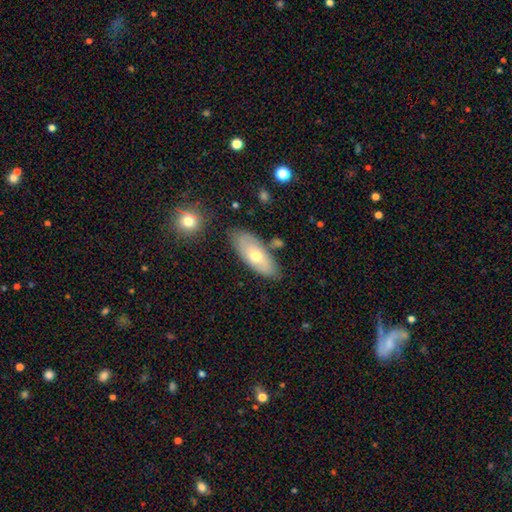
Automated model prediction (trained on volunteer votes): Q: Smooth or featured?
A: smooth (60%); runner-up: featured or disk (33%)
Q: How rounded?
A: in between (81%); runner-up: cigar-shaped (16%)
Q: Merging?
A: none (78%); runner-up: minor disturbance (14%)